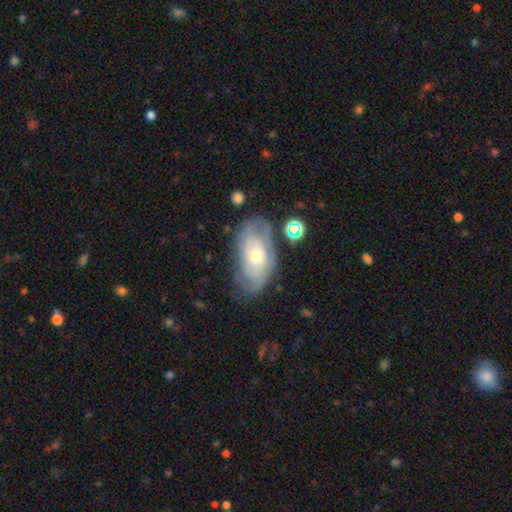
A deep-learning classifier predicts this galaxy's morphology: The model was most divided on "bulge size": small: 49%, moderate: 44%, large: 4%, none: 2%, dominant: 1%. More confident: edge-on disk — no (93%); spiral arms — yes (83%); bar — no (73%); smooth or featured — featured or disk (69%); merging — none (67%); spiral winding — tight (61%); spiral arm count — can't tell (51%).